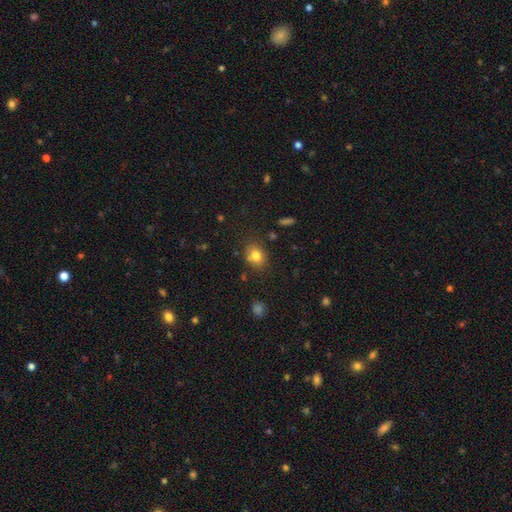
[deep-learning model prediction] Smooth or featured: smooth — 79% (star or artifact — 12%)
How rounded: round — 51% (in between — 48%)
Merging: none — 74% (minor disturbance — 15%)